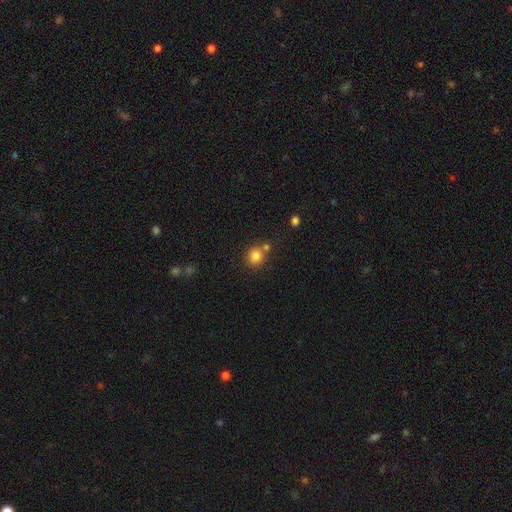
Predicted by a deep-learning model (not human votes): Q: Smooth or featured?
A: smooth (82%); runner-up: star or artifact (12%)
Q: How rounded?
A: round (85%); runner-up: in between (14%)
Q: Merging?
A: none (65%); runner-up: merger (21%)